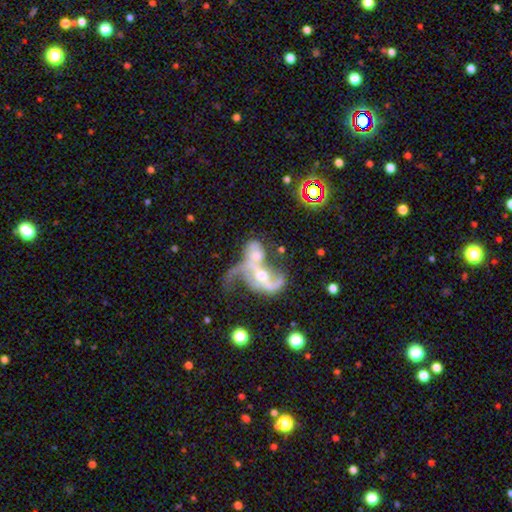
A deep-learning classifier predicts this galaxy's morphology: This appears to be a featured or disk galaxy (78%) with no bar (43%), 2 (68%) loose (71%) spiral arms (81%) and a moderate central bulge (59%). Merging: merger (65%).